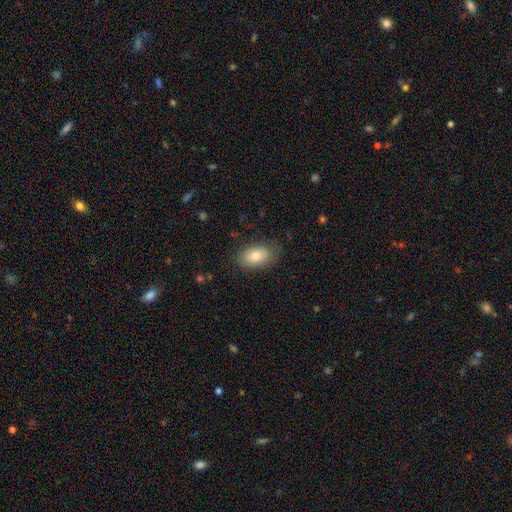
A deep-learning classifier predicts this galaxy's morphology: A smooth galaxy with no disk features (80%) that is in between round and cigar-shaped (89%).

Vote fractions:
- Smooth or featured? smooth: 80% / featured or disk: 12% / star or artifact: 8%
- How rounded? in between: 89% / round: 9% / cigar-shaped: 1%
- Merging? none: 81% / minor disturbance: 14% / major disturbance: 4% / merger: 1%